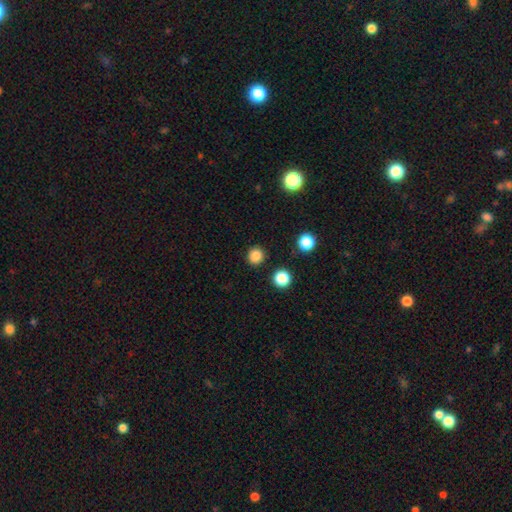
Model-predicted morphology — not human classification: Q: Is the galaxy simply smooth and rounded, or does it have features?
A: smooth — 84%.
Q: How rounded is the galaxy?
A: round — 92%.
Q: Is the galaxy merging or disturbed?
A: none — 90%.